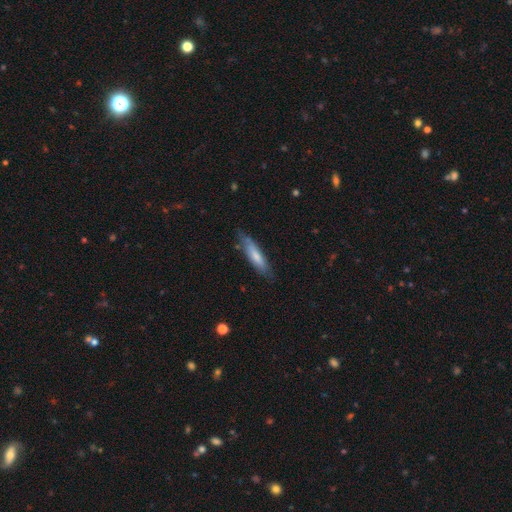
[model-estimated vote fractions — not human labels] Morphology: type=smooth (69%); roundness=cigar-shaped (74%); merging=none (72%).